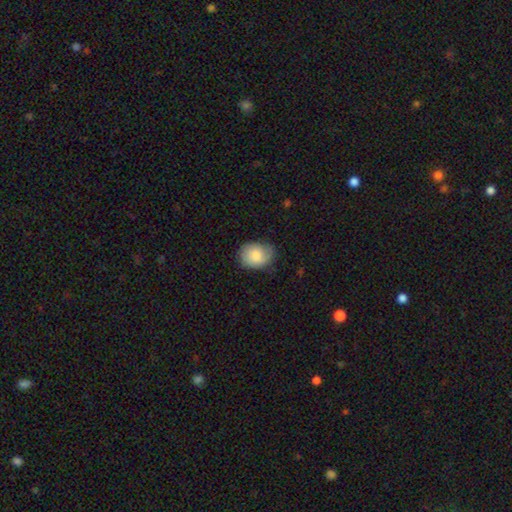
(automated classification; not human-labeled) smooth_or_featured: smooth (p=0.77) [alt: featured or disk p=0.16]
how_rounded: in between (p=0.52) [alt: round p=0.47]
merging: none (p=0.68) [alt: minor disturbance p=0.25]